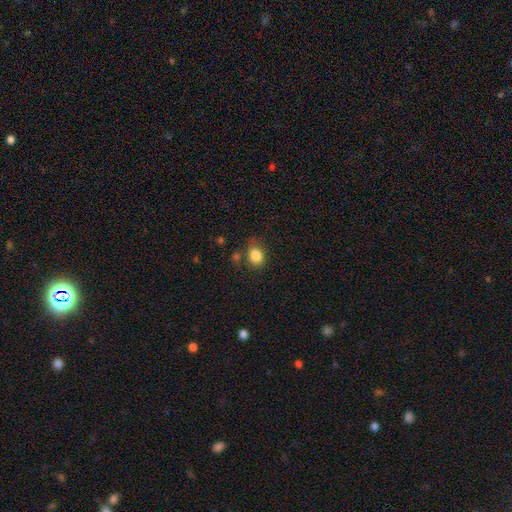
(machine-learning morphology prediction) Smooth or featured: smooth — 84% (star or artifact — 10%)
How rounded: round — 52% (in between — 47%)
Merging: none — 68% (minor disturbance — 19%)